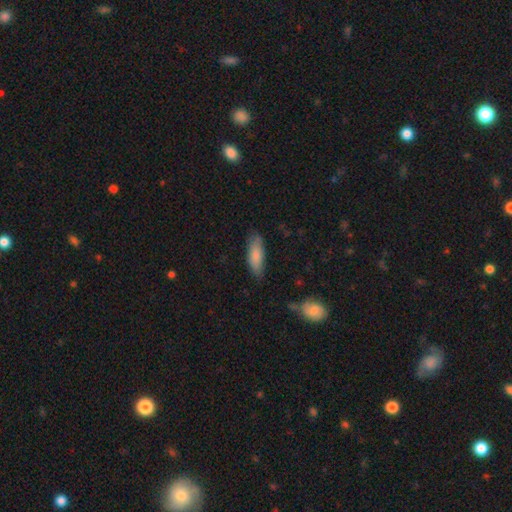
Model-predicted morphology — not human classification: type=smooth (83%); roundness=in between (60%); merging=none (77%).